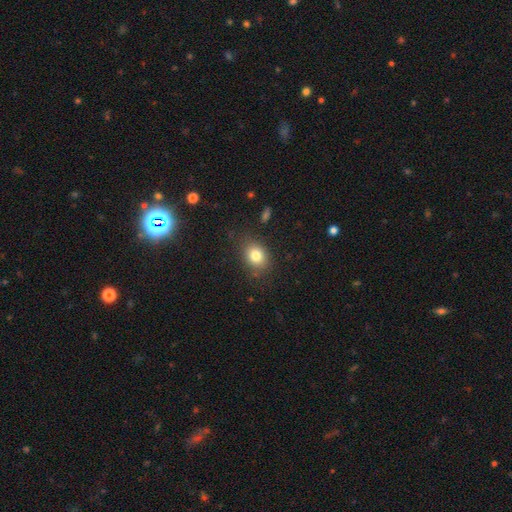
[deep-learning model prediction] smooth-or-featured: smooth: 80% | star or artifact: 11% | featured or disk: 9%
  how-rounded: in between: 55% | round: 44% | cigar-shaped: 1%
  merging: none: 78% | minor disturbance: 15% | major disturbance: 5% | merger: 2%